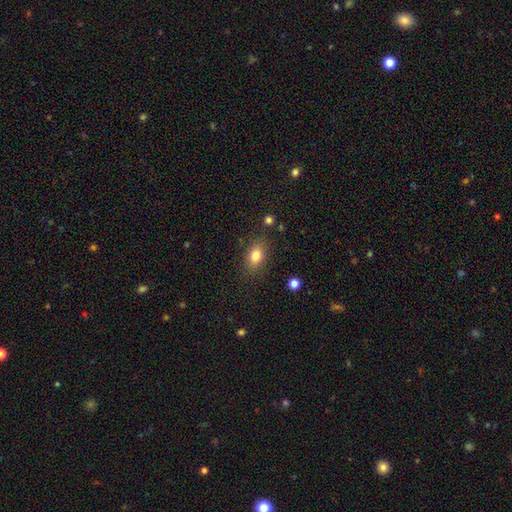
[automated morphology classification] smooth-or-featured: smooth: 82% | star or artifact: 10% | featured or disk: 9%
  how-rounded: in between: 77% | round: 21% | cigar-shaped: 2%
  merging: none: 81% | minor disturbance: 13% | major disturbance: 4% | merger: 2%